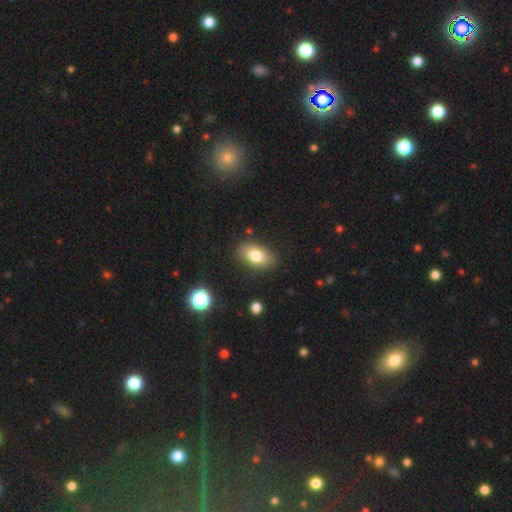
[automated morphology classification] Smooth or featured? smooth (77%)
How rounded? in between (88%)
Merging? none (85%)